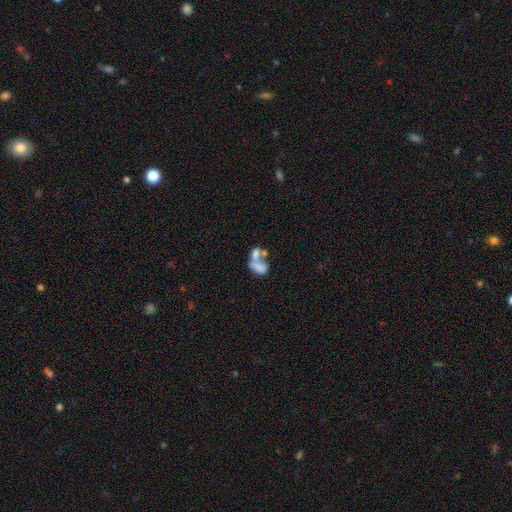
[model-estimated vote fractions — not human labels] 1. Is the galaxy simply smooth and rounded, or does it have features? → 54% smooth, 35% featured or disk, 11% star or artifact.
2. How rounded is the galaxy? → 82% in between, 16% round, 2% cigar-shaped.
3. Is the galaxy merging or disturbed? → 63% merger, 15% none, 13% major disturbance, 8% minor disturbance.